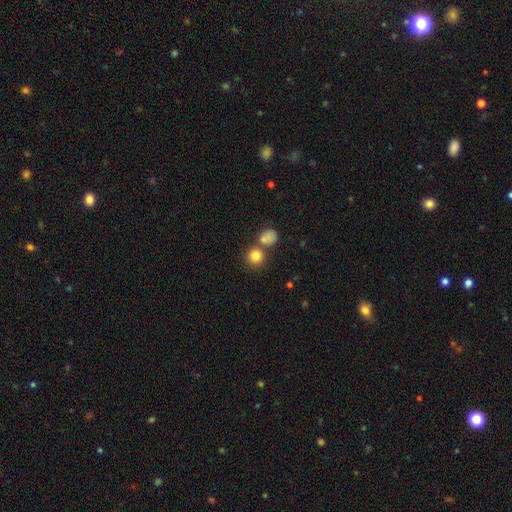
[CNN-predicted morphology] smooth_or_featured: smooth (p=0.81) [alt: star or artifact p=0.11]
how_rounded: round (p=0.89) [alt: in between p=0.10]
merging: none (p=0.63) [alt: merger p=0.25]